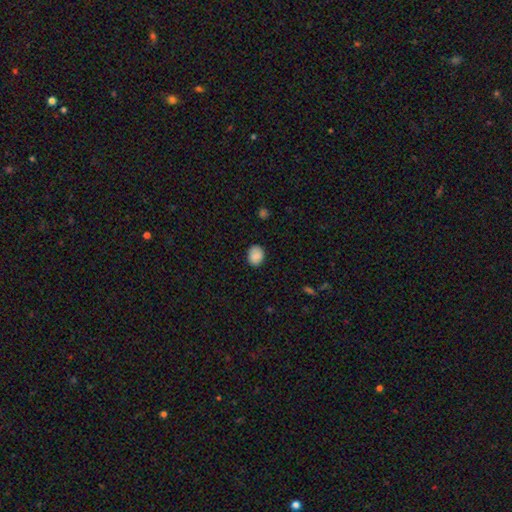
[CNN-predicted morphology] Overall: smooth (87%). How rounded: round (54%; in between 45%). Merging: none (84%).